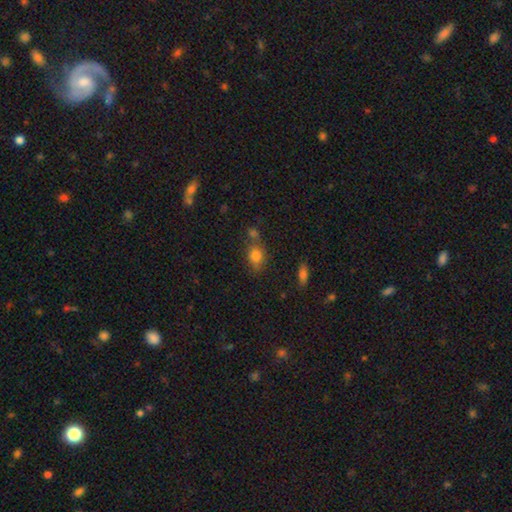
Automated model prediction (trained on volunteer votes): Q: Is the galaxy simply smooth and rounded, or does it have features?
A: smooth — 80%.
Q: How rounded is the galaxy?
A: in between — 53%.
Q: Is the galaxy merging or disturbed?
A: none — 55%.